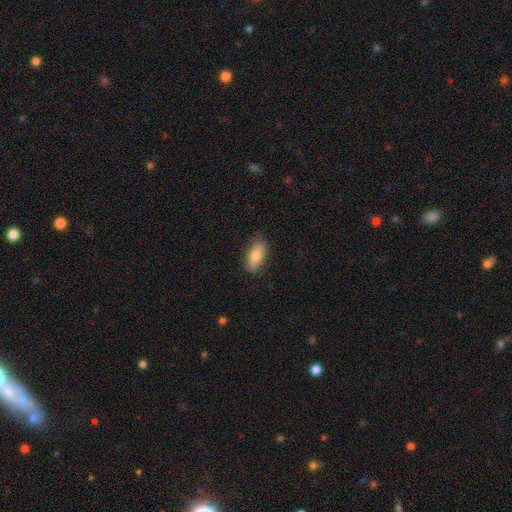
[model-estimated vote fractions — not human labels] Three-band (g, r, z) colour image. It shows a smooth galaxy with no disk features (75%) that is in between round and cigar-shaped (86%). Merging: none (78%).